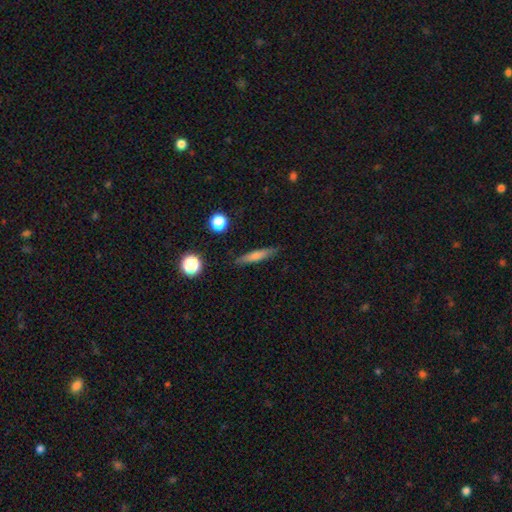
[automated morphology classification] A smooth galaxy with no disk features (62%) that is cigar-shaped (88%). Merging: none (87%).